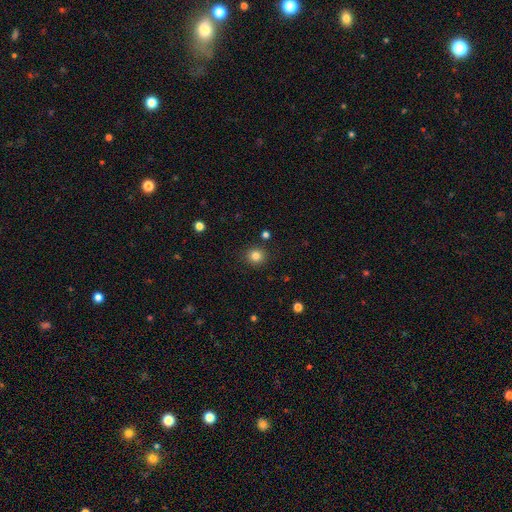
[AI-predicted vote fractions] Q: Smooth or featured?
A: smooth (82%); runner-up: star or artifact (12%)
Q: How rounded?
A: round (91%); runner-up: in between (8%)
Q: Merging?
A: none (90%); runner-up: minor disturbance (6%)